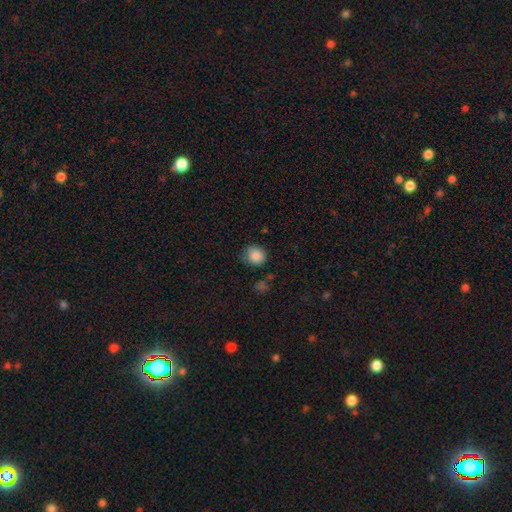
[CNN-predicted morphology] type=smooth (87%); roundness=round (86%); merging=none (75%).